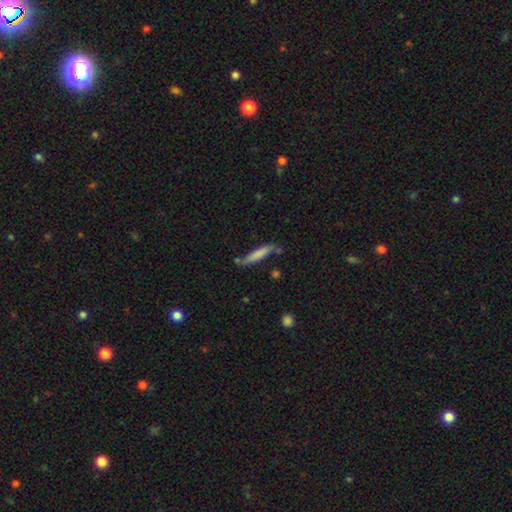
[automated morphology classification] Smooth or featured? Predicted: smooth (p=0.54). How rounded? Predicted: cigar-shaped (p=0.90). Merging? Predicted: none (p=0.70).